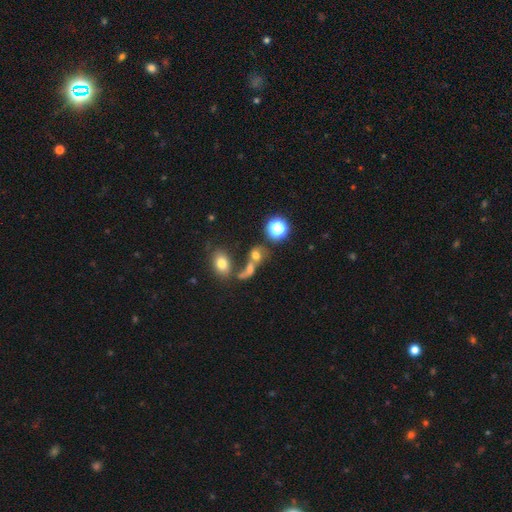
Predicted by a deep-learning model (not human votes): A smooth galaxy with no disk features (61%) that is round (48%, tied with in between). Merging: merger (50%).